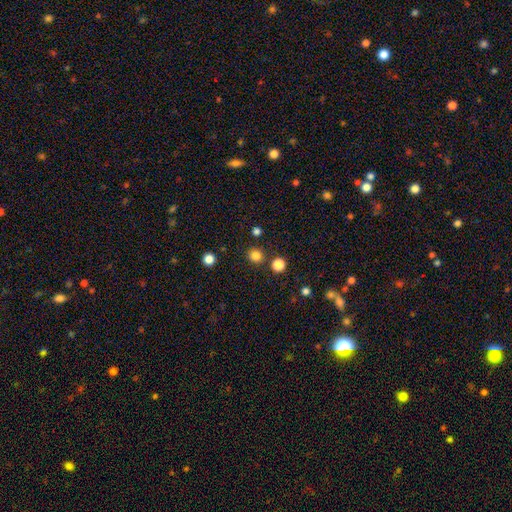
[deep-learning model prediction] Morphology: type=smooth (81%); roundness=round (91%); merging=none (87%).